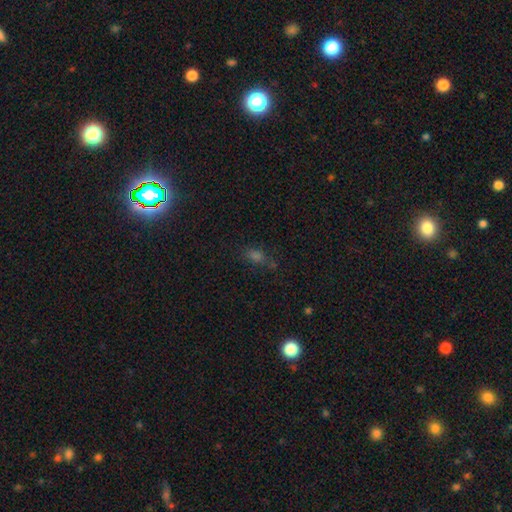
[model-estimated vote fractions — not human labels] smooth 58%, star or artifact 33%, featured or disk 10%. Down the decision tree: how rounded — in between (71%); merging — none (65%).